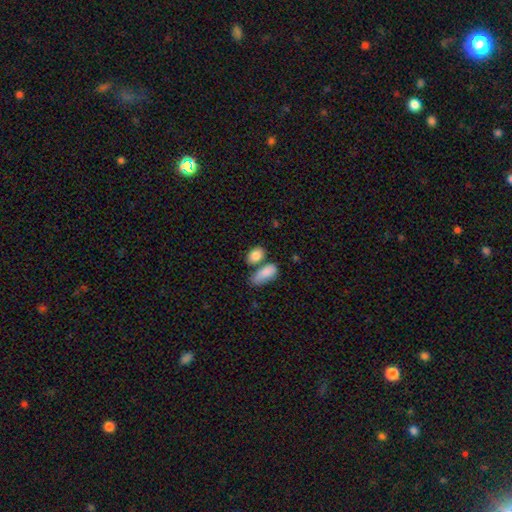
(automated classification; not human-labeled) Q: Smooth or featured?
A: smooth (85%); runner-up: featured or disk (8%)
Q: How rounded?
A: in between (84%); runner-up: round (11%)
Q: Merging?
A: none (55%); runner-up: merger (26%)